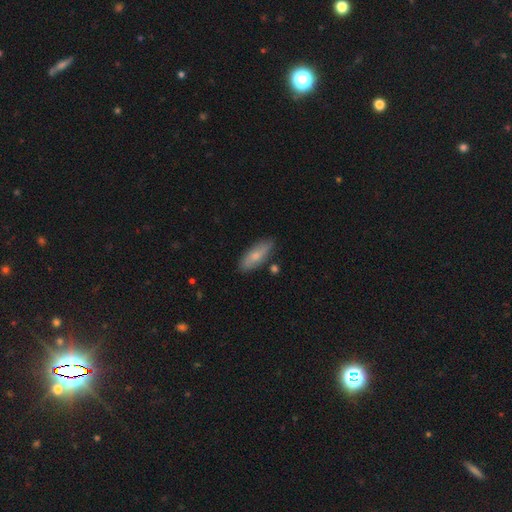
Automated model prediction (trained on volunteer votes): Smooth or featured: smooth — 65% (featured or disk — 28%)
How rounded: in between — 73% (cigar-shaped — 25%)
Merging: none — 80% (minor disturbance — 14%)